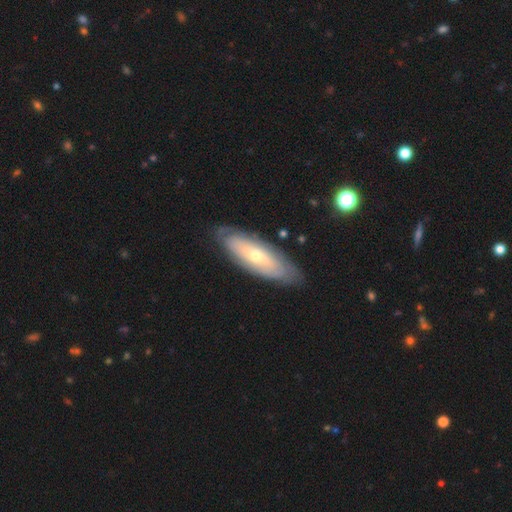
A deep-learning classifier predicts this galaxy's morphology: This is possibly a featured or disk galaxy (57%). It is likely not viewed edge-on (67%). Merging: clearly none (85%).